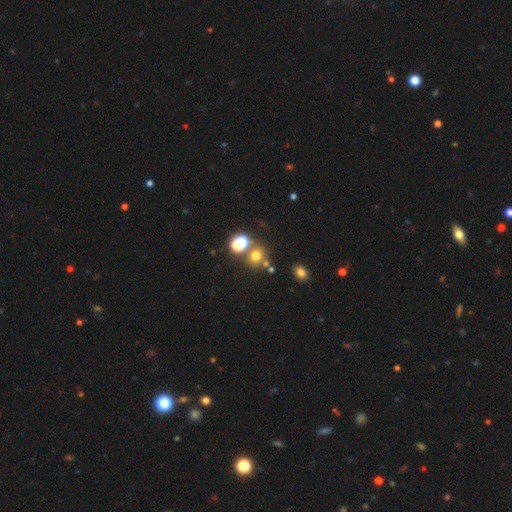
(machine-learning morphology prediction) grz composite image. It shows a smooth galaxy with no disk features (65%) that is round (79%). Merging: none (62%).